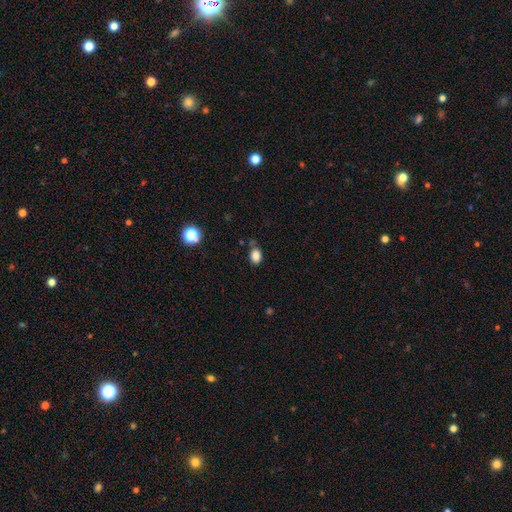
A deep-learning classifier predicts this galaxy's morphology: Smooth or featured?
  - smooth: 84% *
  - star or artifact: 11%
  - featured or disk: 5%
How rounded?
  - in between: 70% *
  - round: 29%
  - cigar-shaped: 1%
Merging?
  - none: 74% *
  - minor disturbance: 16%
  - merger: 5%
  - major disturbance: 4%